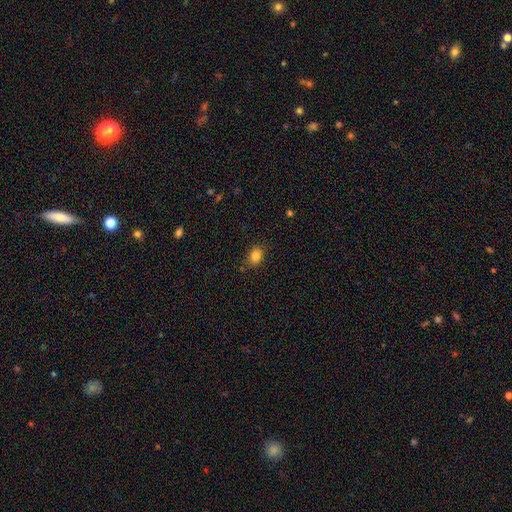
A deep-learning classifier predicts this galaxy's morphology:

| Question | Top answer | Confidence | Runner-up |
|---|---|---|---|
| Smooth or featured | smooth | 83% | star or artifact (11%) |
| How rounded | in between | 56% | round (43%) |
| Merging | none | 82% | minor disturbance (13%) |